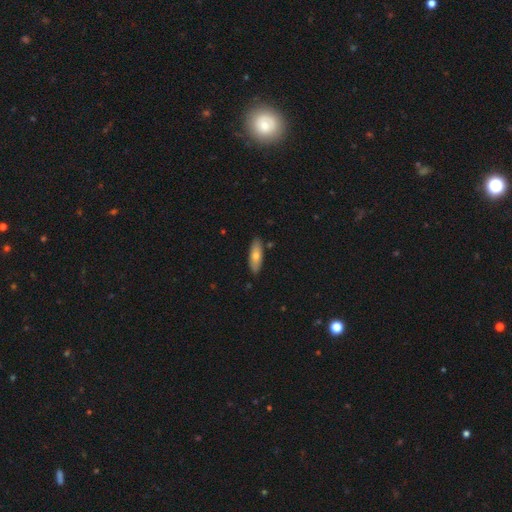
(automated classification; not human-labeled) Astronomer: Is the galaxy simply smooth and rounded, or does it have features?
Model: smooth — 70%.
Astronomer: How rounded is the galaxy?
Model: in between — 59% (runner-up: cigar-shaped, 39%).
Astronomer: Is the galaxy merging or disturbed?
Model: none — 87%.